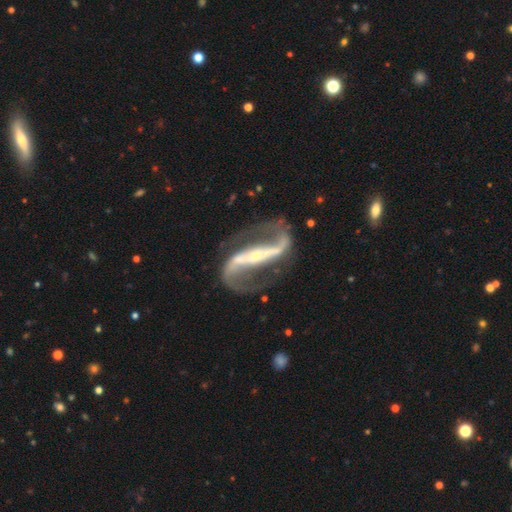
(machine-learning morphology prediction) smooth_or_featured: featured or disk (p=0.93) [alt: star or artifact p=0.04]
disk_edge_on: no (p=0.93) [alt: yes p=0.07]
bar: strong (p=0.79) [alt: weak p=0.13]
has_spiral_arms: yes (p=0.97) [alt: no p=0.03]
spiral_winding: medium (p=0.45) [alt: loose p=0.42]
spiral_arm_count: 2 (p=0.94) [alt: 1 p=0.02]
bulge_size: small (p=0.67) [alt: moderate p=0.23]
merging: none (p=0.79) [alt: minor disturbance p=0.11]